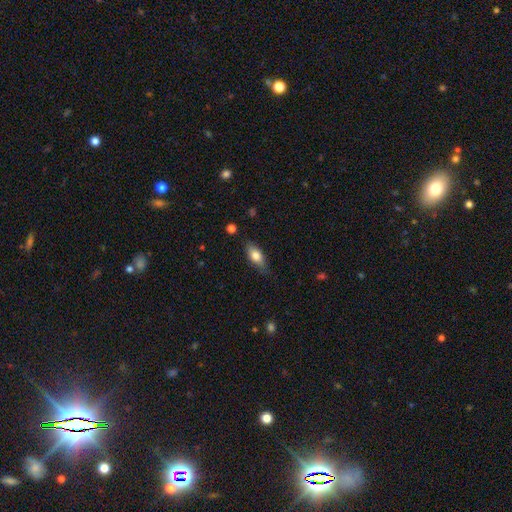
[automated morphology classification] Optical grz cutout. It shows a smooth galaxy with no disk features (75%) that is in between round and cigar-shaped (80%). Merging: none (76%).